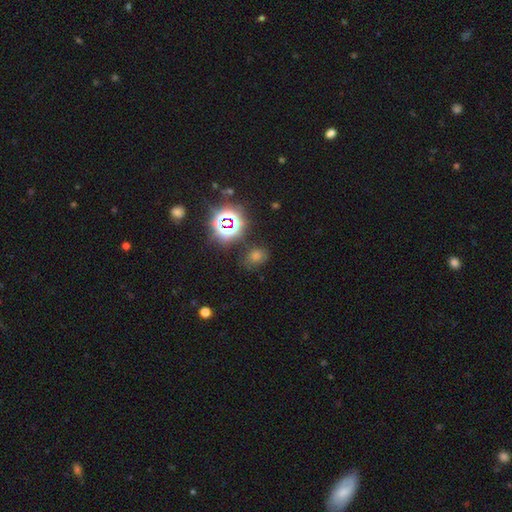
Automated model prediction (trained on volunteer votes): The model was most divided on "smooth or featured": smooth: 47%, star or artifact: 44%, featured or disk: 10%. More confident: merging — none (79%).